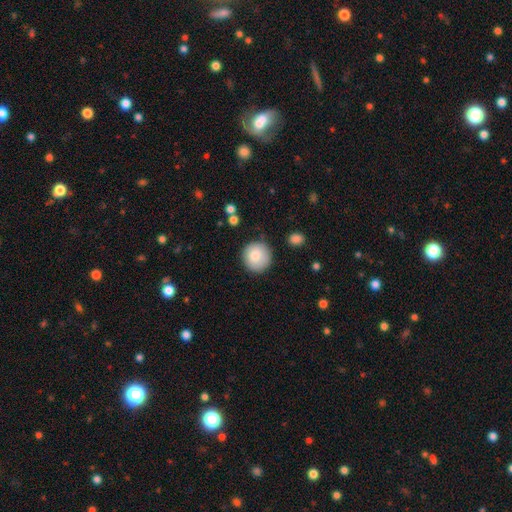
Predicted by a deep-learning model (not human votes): A smooth galaxy with no disk features (84%) that is round (93%).

Vote fractions:
- Smooth or featured? smooth: 84% / featured or disk: 9% / star or artifact: 7%
- How rounded? round: 93% / in between: 6% / cigar-shaped: 1%
- Merging? none: 83% / minor disturbance: 11% / major disturbance: 3% / merger: 2%